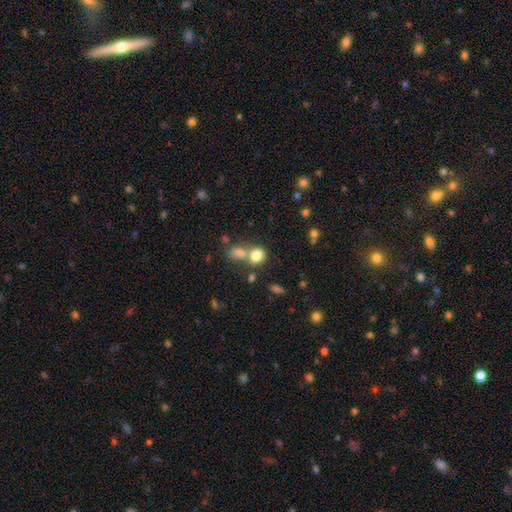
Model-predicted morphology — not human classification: type=smooth (79%); roundness=round (57%); merging=merger (47%).